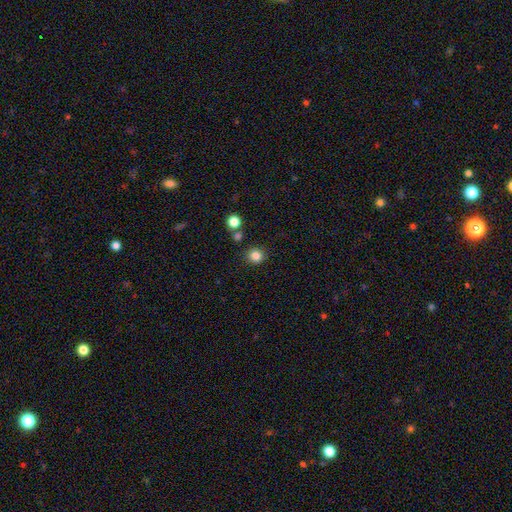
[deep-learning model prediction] smooth-or-featured: smooth: 84% | star or artifact: 12% | featured or disk: 4%
  how-rounded: round: 91% | in between: 8% | cigar-shaped: 1%
  merging: none: 87% | minor disturbance: 7% | merger: 4% | major disturbance: 2%